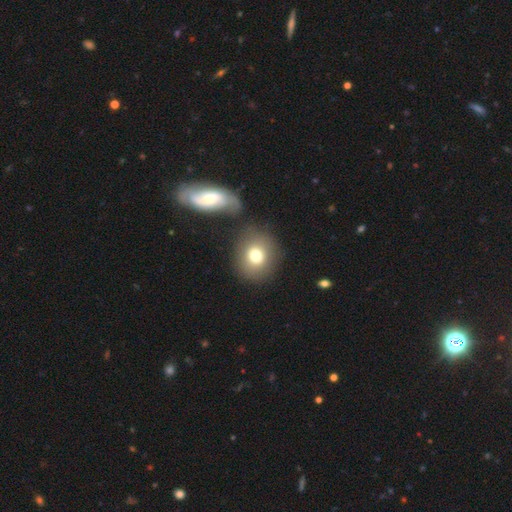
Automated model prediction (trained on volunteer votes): The model was most divided on "how rounded": round: 74%, in between: 25%, cigar-shaped: 1%. More confident: smooth or featured — smooth (76%); merging — none (72%).